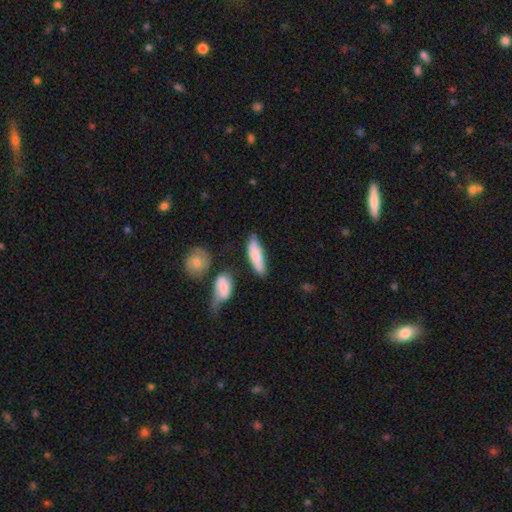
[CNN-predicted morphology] Smooth or featured? Predicted: smooth (p=0.80). How rounded? Predicted: cigar-shaped (p=0.55). Merging? Predicted: none (p=0.66).